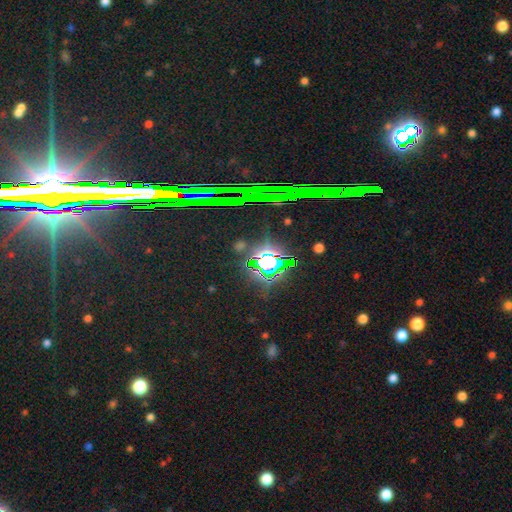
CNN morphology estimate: star or artifact 84%, featured or disk 9%, smooth 7%.